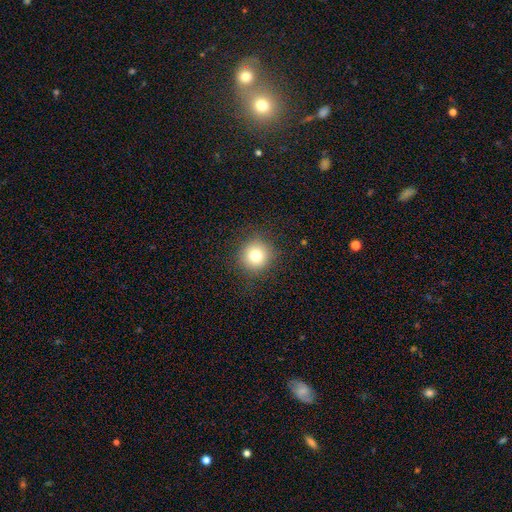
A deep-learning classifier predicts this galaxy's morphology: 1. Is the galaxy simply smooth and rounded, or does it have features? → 77% smooth, 13% star or artifact, 10% featured or disk.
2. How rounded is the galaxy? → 95% round, 4% in between, 1% cigar-shaped.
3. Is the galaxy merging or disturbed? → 89% none, 7% minor disturbance, 3% major disturbance, 1% merger.